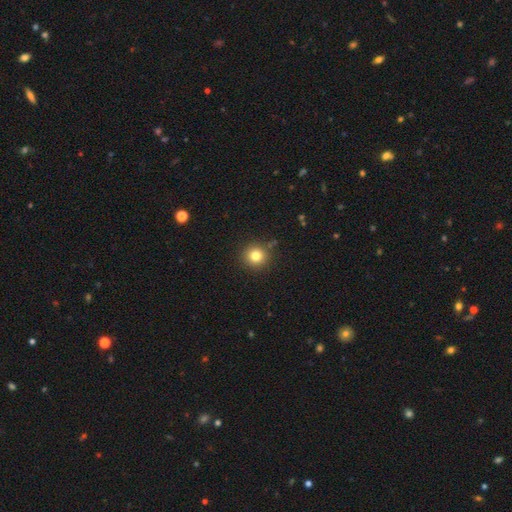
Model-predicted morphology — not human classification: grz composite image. It shows a smooth galaxy with no disk features (80%) that is round (93%). Merging: none (88%).